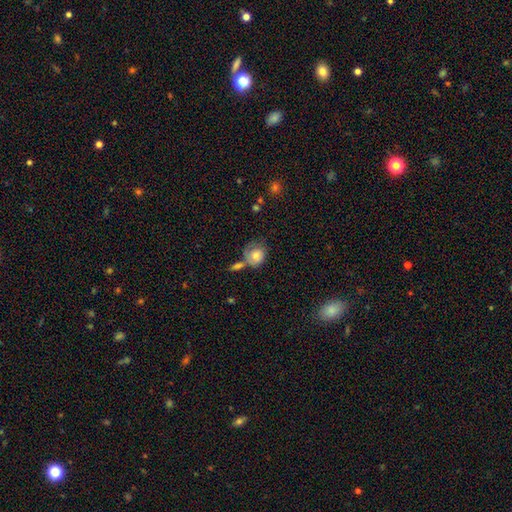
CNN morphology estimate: type=smooth (69%); roundness=round (72%); merging=none (37%).